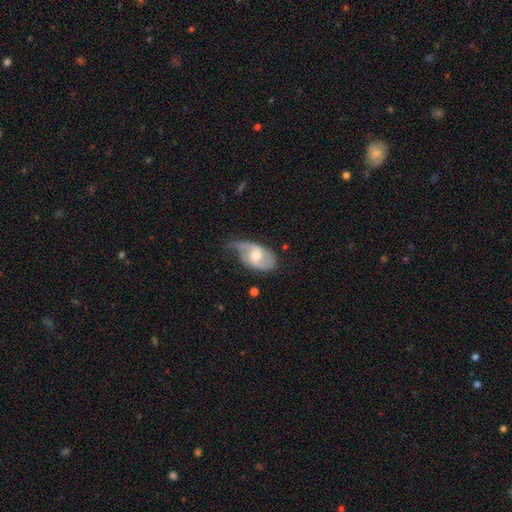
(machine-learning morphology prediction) Overall: featured or disk (70%). Edge-on disk: no (95%). Bar: no (55%; weak 37%). Spiral arms: yes (88%). Spiral arm count: 2 (76%). Spiral winding: medium (41%; loose 40%). Bulge size: moderate (60%; small 34%). Merging: none (40%; minor disturbance 39%).